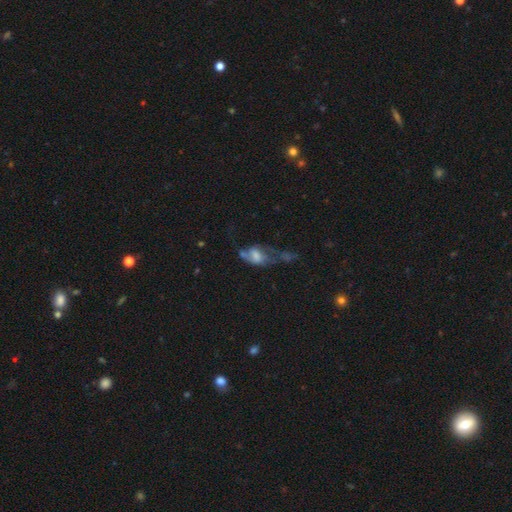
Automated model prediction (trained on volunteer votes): Overall: featured or disk (45%, tied with smooth). Merging: major disturbance (49%; none 18%).